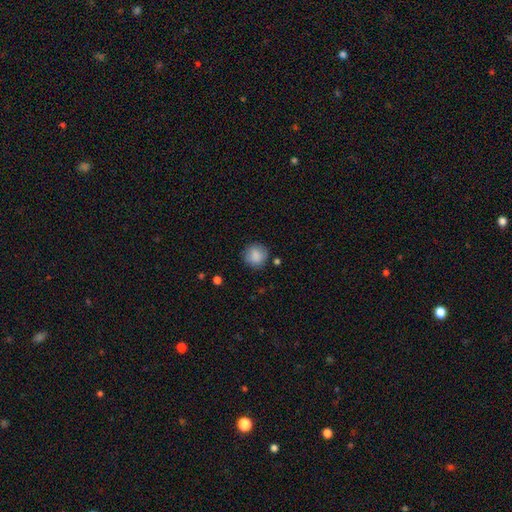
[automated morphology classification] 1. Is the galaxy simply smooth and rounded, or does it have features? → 85% smooth, 8% star or artifact, 6% featured or disk.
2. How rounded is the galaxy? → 88% round, 11% in between, 1% cigar-shaped.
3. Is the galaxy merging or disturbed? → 82% none, 12% minor disturbance, 3% major disturbance, 2% merger.